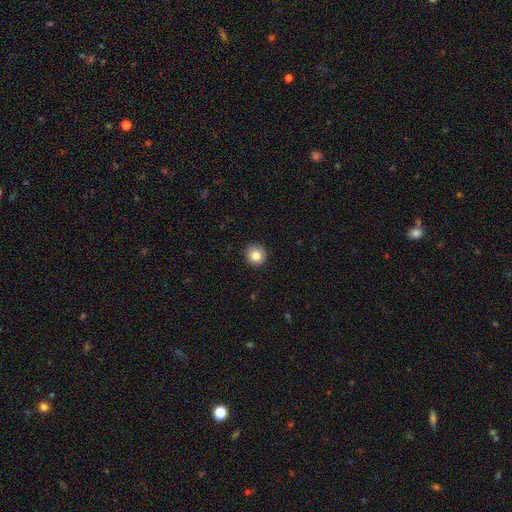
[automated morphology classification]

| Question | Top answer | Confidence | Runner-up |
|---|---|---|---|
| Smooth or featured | smooth | 82% | star or artifact (10%) |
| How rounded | round | 93% | in between (6%) |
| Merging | none | 90% | minor disturbance (7%) |